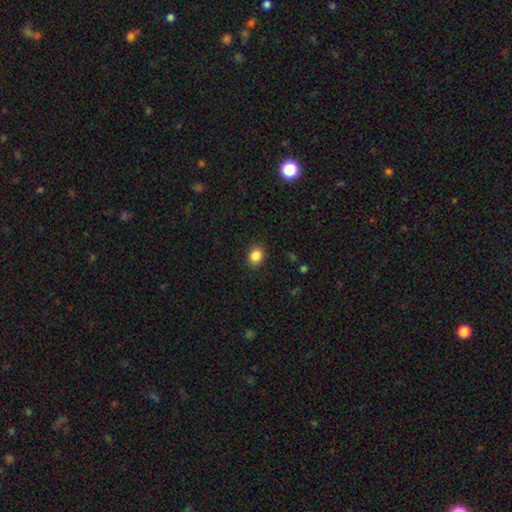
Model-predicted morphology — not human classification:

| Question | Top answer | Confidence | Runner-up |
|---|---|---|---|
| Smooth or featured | smooth | 86% | star or artifact (10%) |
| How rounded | round | 67% | in between (32%) |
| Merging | none | 88% | minor disturbance (8%) |